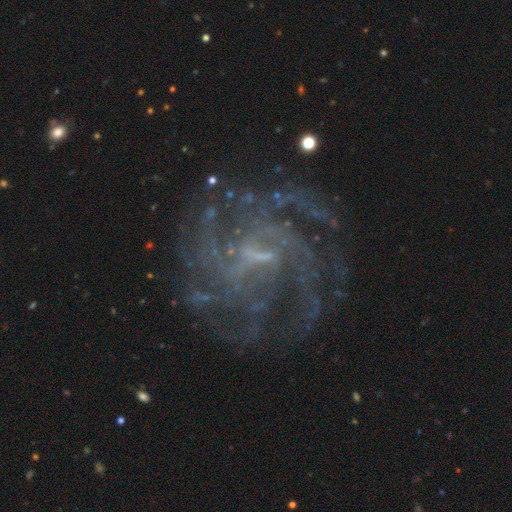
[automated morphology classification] Smooth or featured?
  - featured or disk: 87% *
  - star or artifact: 8%
  - smooth: 4%
Edge-on disk?
  - no: 98% *
  - yes: 2%
Bar?
  - weak: 56% *
  - no: 25%
  - strong: 19%
Spiral arms?
  - yes: 95% *
  - no: 5%
Spiral winding?
  - tight: 45% *
  - medium: 42%
  - loose: 13%
Spiral arm count?
  - can't tell: 27% *
  - 4: 24%
  - more than 4: 15%
  - 3: 15%
  - 2: 10%
  - 1: 8%
Bulge size?
  - small: 50% *
  - none: 31%
  - moderate: 17%
  - large: 2%
  - dominant: 1%
Merging?
  - none: 70% *
  - minor disturbance: 15%
  - major disturbance: 14%
  - merger: 2%